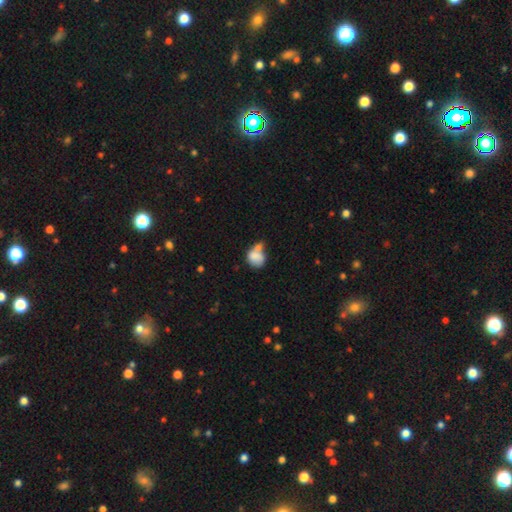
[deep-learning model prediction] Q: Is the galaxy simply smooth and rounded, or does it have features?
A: smooth — 76%.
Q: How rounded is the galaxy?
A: round — 60%.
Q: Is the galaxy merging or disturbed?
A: merger — 41%.